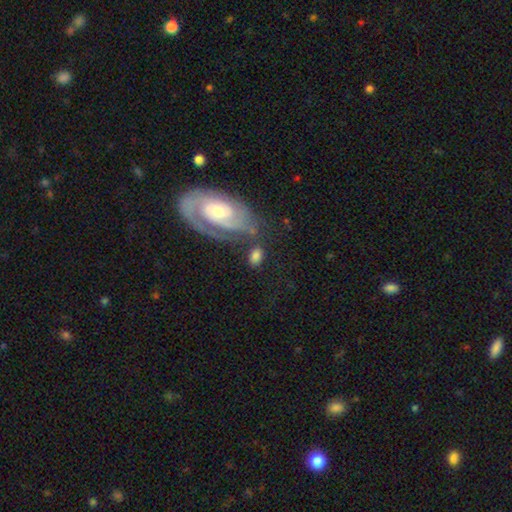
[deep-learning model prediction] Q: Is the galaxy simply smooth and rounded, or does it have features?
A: smooth — 63%.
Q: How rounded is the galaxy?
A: in between — 85%.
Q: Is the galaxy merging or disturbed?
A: none — 62%.